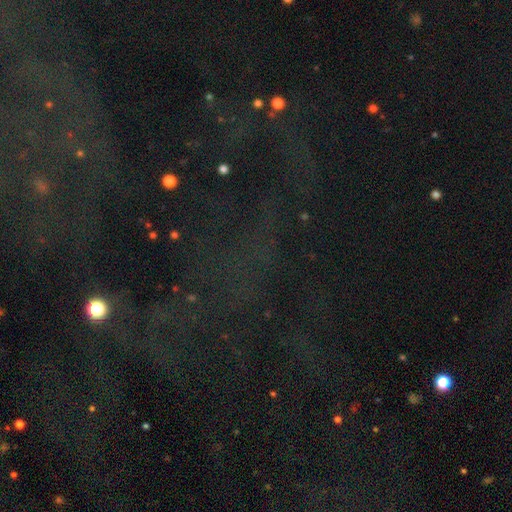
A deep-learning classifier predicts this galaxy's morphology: This is likely a star or artifact rather than a galaxy (73%).